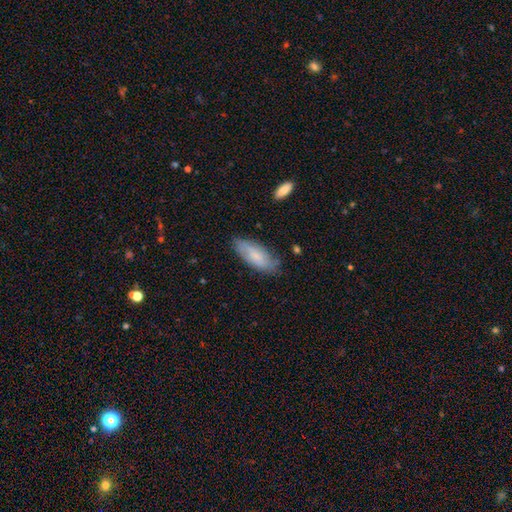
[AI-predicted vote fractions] Smooth or featured?
  - smooth: 59% *
  - featured or disk: 34%
  - star or artifact: 7%
How rounded?
  - in between: 80% *
  - cigar-shaped: 18%
  - round: 2%
Merging?
  - none: 74% *
  - minor disturbance: 20%
  - major disturbance: 4%
  - merger: 2%